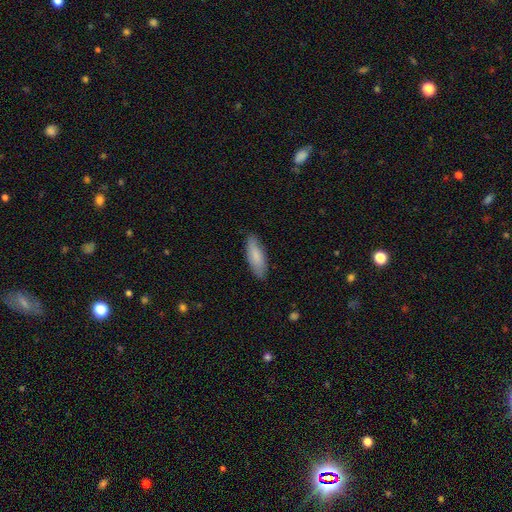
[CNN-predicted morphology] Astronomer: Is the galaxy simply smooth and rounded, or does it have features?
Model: smooth — 82%.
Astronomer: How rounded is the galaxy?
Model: in between — 62%.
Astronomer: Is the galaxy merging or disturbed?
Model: none — 83%.